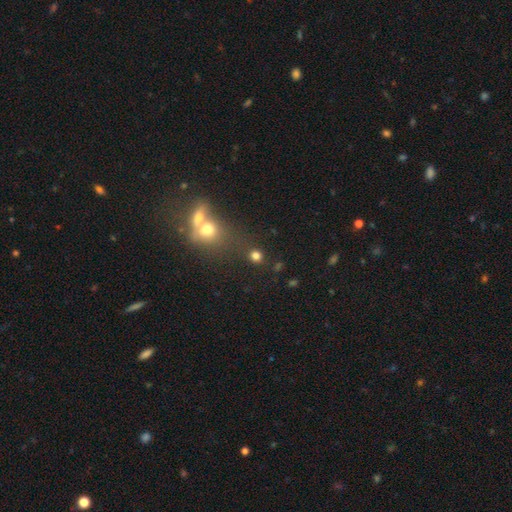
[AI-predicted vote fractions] Smooth or featured? smooth (76%)
How rounded? round (83%)
Merging? none (70%)